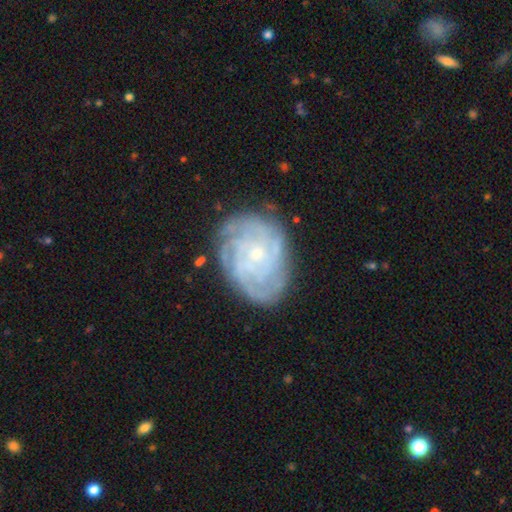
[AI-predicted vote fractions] Q: Smooth or featured?
A: featured or disk (82%); runner-up: smooth (11%)
Q: Edge-on disk?
A: no (97%); runner-up: yes (3%)
Q: Bar?
A: no (76%); runner-up: weak (20%)
Q: Spiral arms?
A: yes (95%); runner-up: no (5%)
Q: Spiral winding?
A: tight (75%); runner-up: medium (21%)
Q: Spiral arm count?
A: can't tell (32%); runner-up: 4 (23%)
Q: Bulge size?
A: small (73%); runner-up: moderate (23%)
Q: Merging?
A: none (79%); runner-up: minor disturbance (15%)